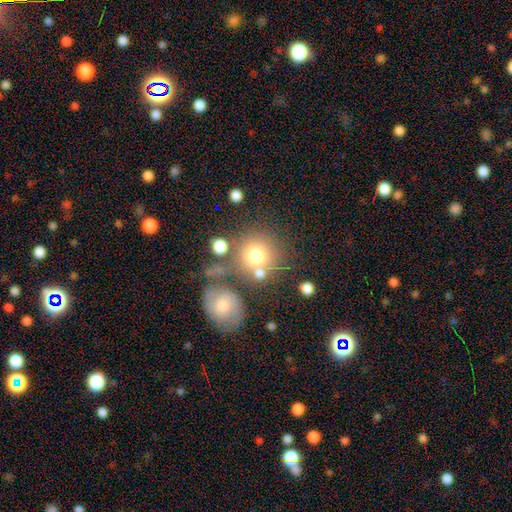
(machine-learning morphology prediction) This is likely a smooth galaxy (73%). How rounded: clearly round (88%). Merging: possibly none (59%).